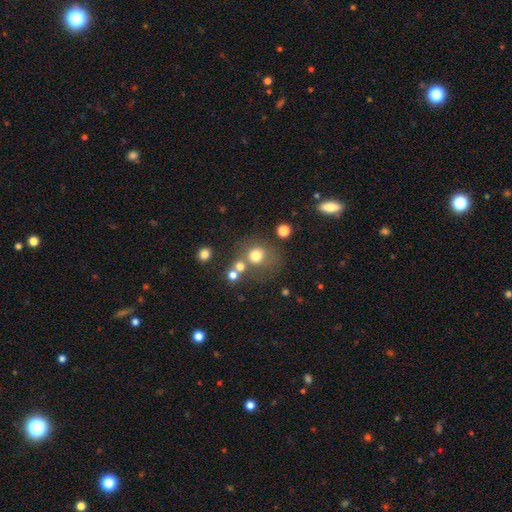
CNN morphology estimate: This appears to be a smooth galaxy with no disk features (72%) that is round (83%). Merging: none (54%).